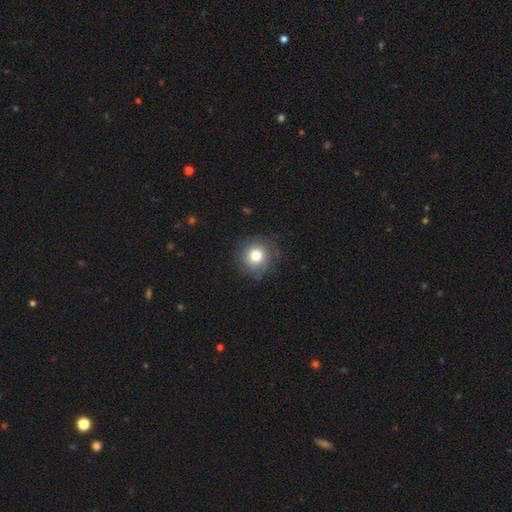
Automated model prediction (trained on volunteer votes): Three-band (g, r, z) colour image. It shows a smooth galaxy with no disk features (74%) that is round (92%). Merging: none (81%).